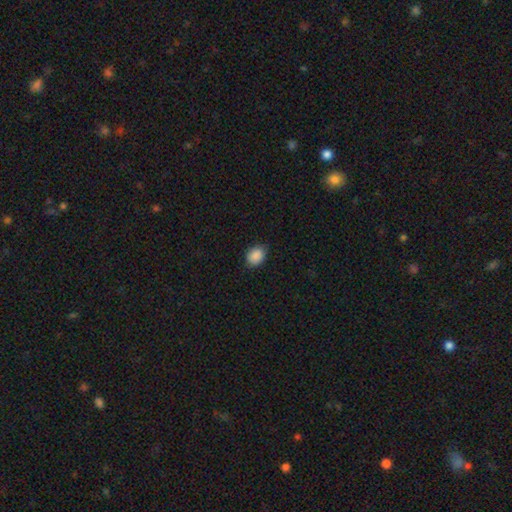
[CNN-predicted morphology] Overall: smooth (88%). How rounded: in between (56%; round 43%). Merging: none (79%).